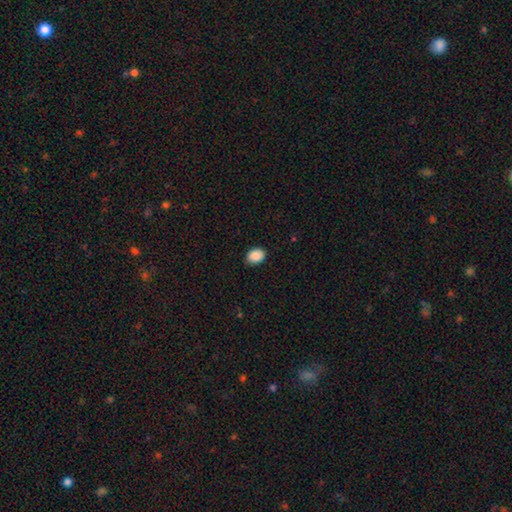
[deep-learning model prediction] smooth 89%, star or artifact 8%, featured or disk 3%. Down the decision tree: how rounded — in between (65%); merging — none (86%).